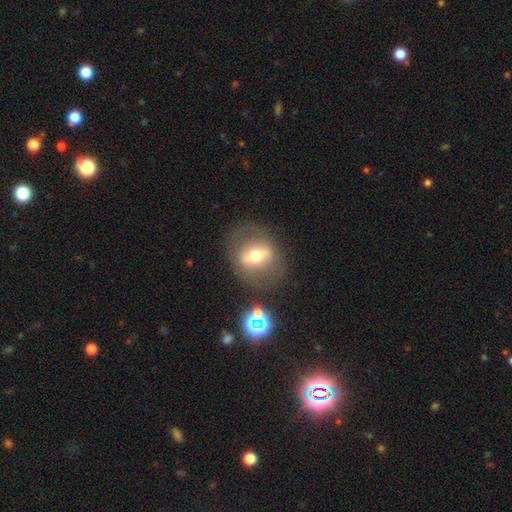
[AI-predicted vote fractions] This appears to be a featured or disk galaxy (48%). Merging: none (74%).